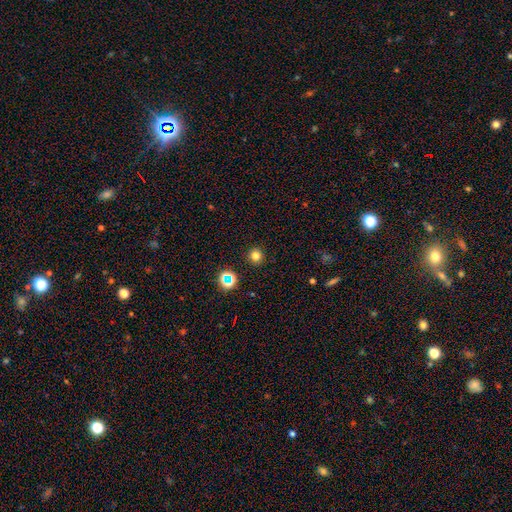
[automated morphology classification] Smooth or featured? Predicted: smooth (p=0.77). How rounded? Predicted: round (p=0.94). Merging? Predicted: none (p=0.92).